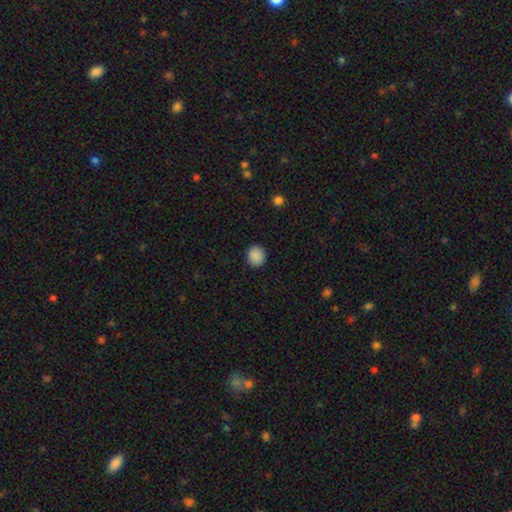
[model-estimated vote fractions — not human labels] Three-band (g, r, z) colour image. It shows a smooth galaxy with no disk features (88%) that is round (84%). Merging: none (91%).